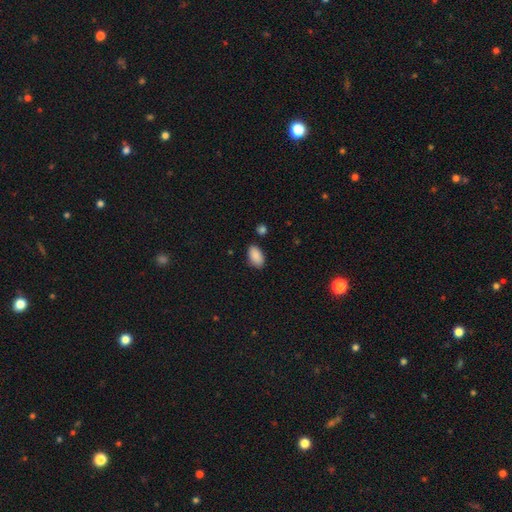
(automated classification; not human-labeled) A smooth galaxy with no disk features (89%) that is in between round and cigar-shaped (94%). Merging: none (83%).